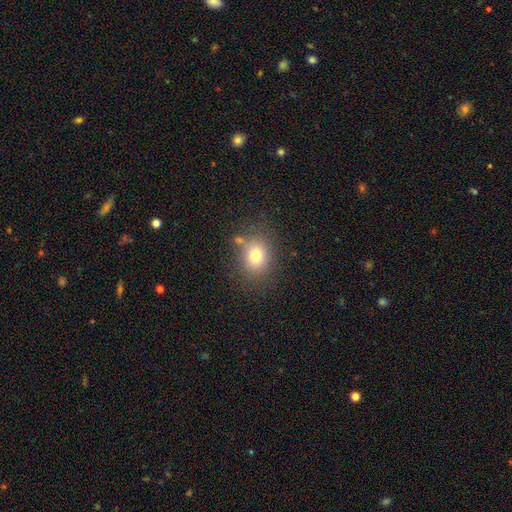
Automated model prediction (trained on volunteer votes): Smooth or featured: smooth — 74% (star or artifact — 15%)
How rounded: round — 60% (in between — 40%)
Merging: none — 74% (minor disturbance — 13%)